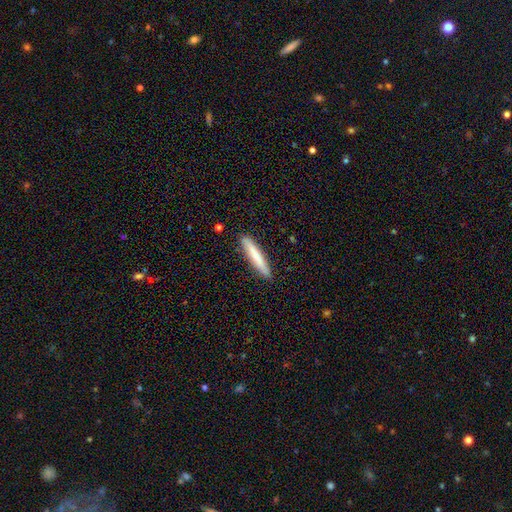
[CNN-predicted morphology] The model was most divided on "smooth or featured": smooth: 74%, featured or disk: 20%, star or artifact: 6%. More confident: how rounded — cigar-shaped (94%); merging — none (89%).